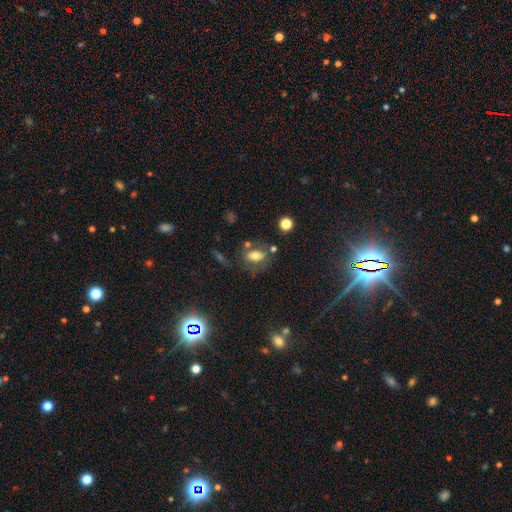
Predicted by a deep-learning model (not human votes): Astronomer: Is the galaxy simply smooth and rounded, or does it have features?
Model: smooth — 67%.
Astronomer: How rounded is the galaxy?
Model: in between — 81%.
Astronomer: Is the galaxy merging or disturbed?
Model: none — 61%.